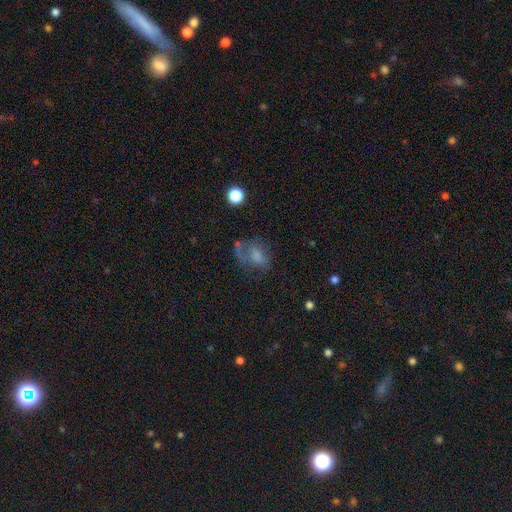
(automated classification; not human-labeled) Smooth or featured? smooth (45%)
Merging? none (36%, tied with major disturbance)